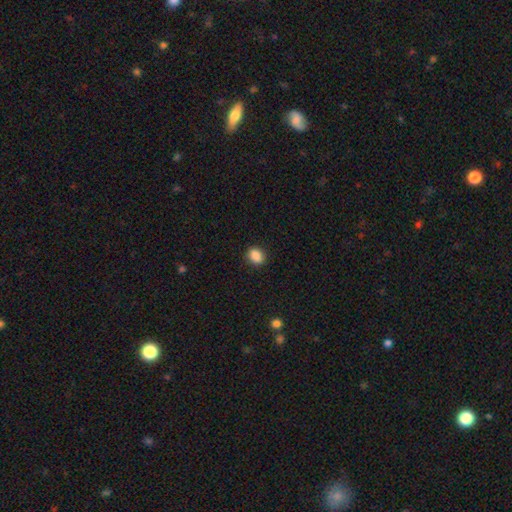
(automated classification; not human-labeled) Overall: smooth (88%). How rounded: in between (53%; round 46%). Merging: none (88%).